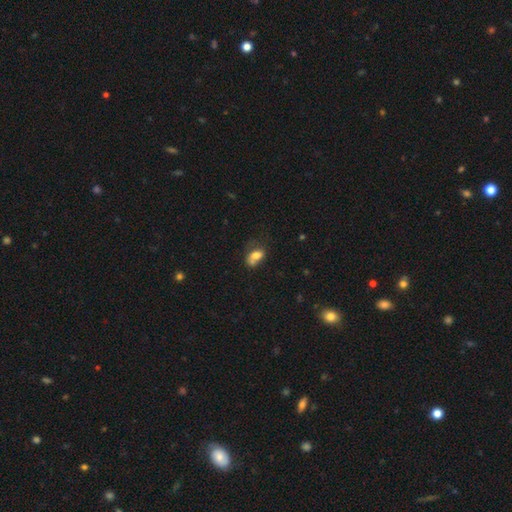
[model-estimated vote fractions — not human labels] Smooth or featured? smooth (72%)
How rounded? in between (80%)
Merging? none (33%)